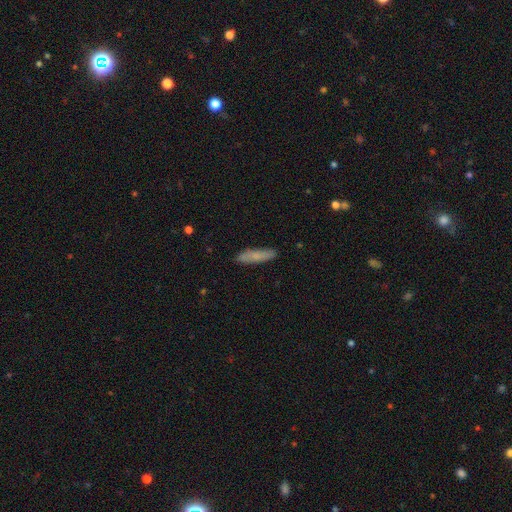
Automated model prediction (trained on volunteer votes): Smooth or featured? Predicted: smooth (p=0.74). How rounded? Predicted: cigar-shaped (p=0.79). Merging? Predicted: none (p=0.85).